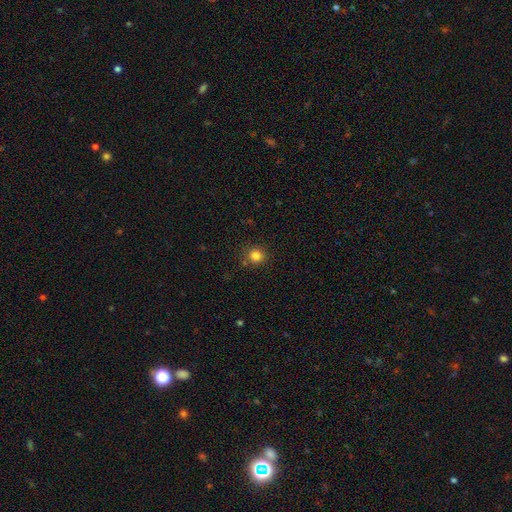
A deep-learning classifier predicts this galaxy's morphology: type=smooth (83%); roundness=round (92%); merging=none (84%).